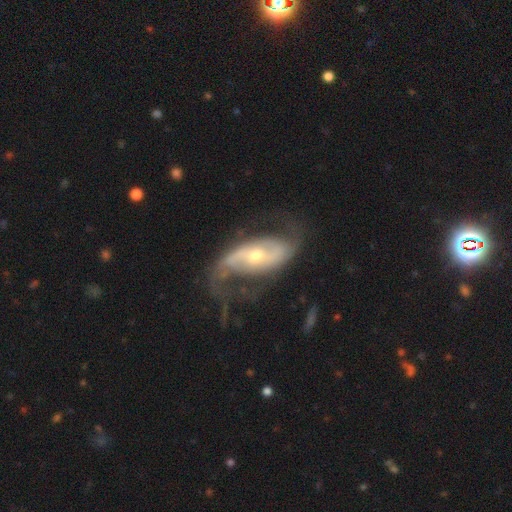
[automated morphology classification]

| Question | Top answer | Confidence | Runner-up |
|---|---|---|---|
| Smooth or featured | featured or disk | 85% | smooth (10%) |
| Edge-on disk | no | 94% | yes (6%) |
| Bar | no | 34% | tied: weak (34%) |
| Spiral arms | yes | 92% | no (8%) |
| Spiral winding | loose | 55% | medium (33%) |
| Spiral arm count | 2 | 87% | can't tell (5%) |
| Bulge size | moderate | 55% | small (39%) |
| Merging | none | 58% | major disturbance (21%) |